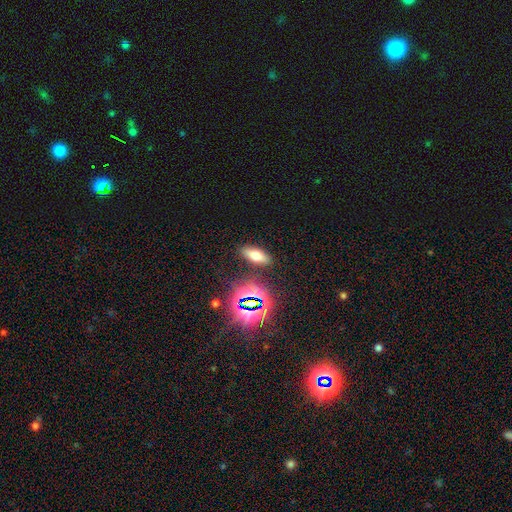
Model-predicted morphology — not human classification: Q: Smooth or featured?
A: smooth (59%); runner-up: star or artifact (25%)
Q: How rounded?
A: in between (69%); runner-up: cigar-shaped (23%)
Q: Merging?
A: none (86%); runner-up: minor disturbance (8%)